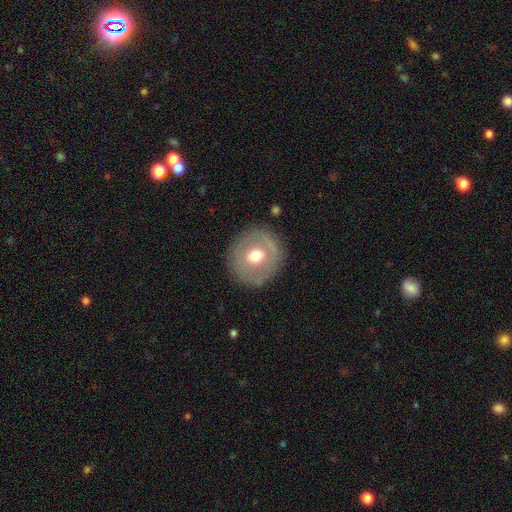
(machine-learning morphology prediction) Smooth or featured? smooth (53%)
How rounded? round (92%)
Merging? none (84%)